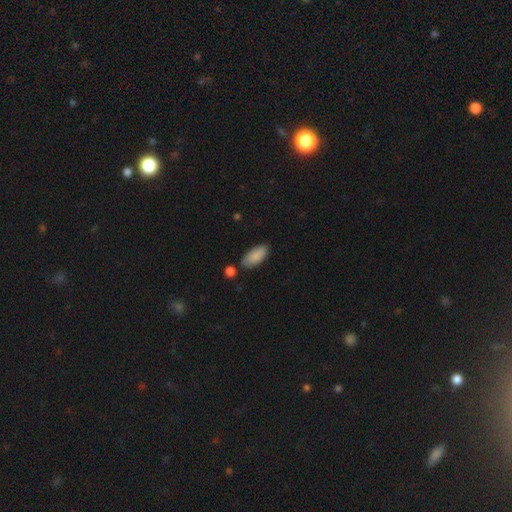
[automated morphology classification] The model was most divided on "merging": none: 76%, minor disturbance: 15%, merger: 6%, major disturbance: 3%. More confident: smooth or featured — smooth (88%); how rounded — in between (87%).